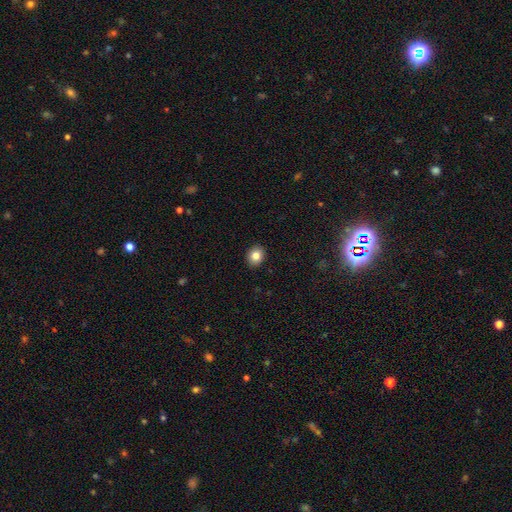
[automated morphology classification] Q: Smooth or featured?
A: smooth (83%); runner-up: star or artifact (10%)
Q: How rounded?
A: round (61%); runner-up: in between (38%)
Q: Merging?
A: none (91%); runner-up: minor disturbance (6%)